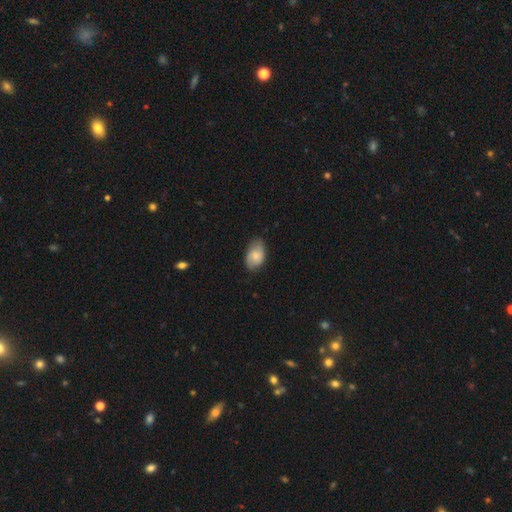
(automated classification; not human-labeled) This appears to be a smooth galaxy with no disk features (72%) that is in between round and cigar-shaped (89%). Merging: none (71%).